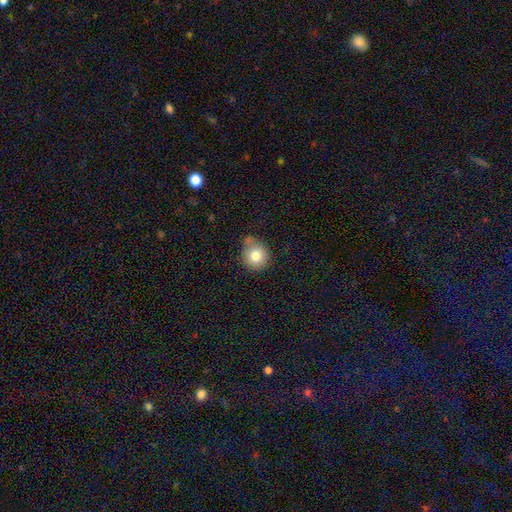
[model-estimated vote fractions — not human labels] Morphology: type=smooth (79%); roundness=round (84%); merging=none (62%).